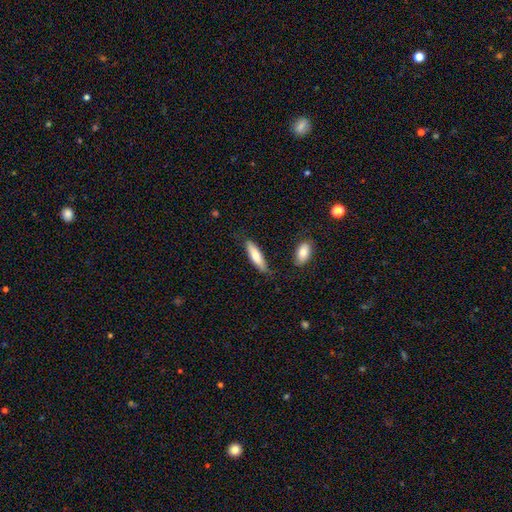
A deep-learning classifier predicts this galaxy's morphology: Overall: smooth (73%). How rounded: cigar-shaped (67%; in between 32%). Merging: none (75%).